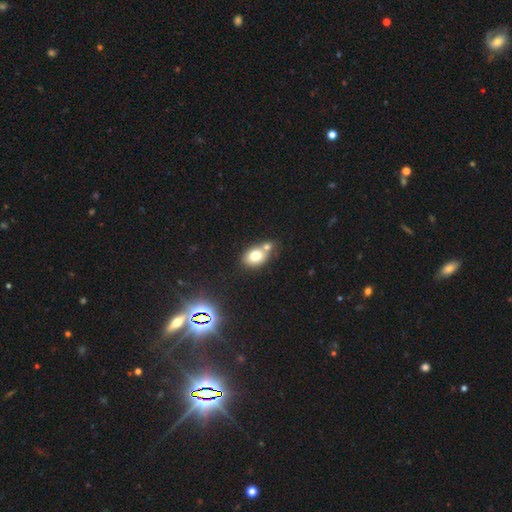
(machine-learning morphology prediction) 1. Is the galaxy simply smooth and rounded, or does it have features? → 74% smooth, 15% featured or disk, 12% star or artifact.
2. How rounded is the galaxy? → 70% in between, 29% round, 1% cigar-shaped.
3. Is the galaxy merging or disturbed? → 42% none, 41% merger, 13% minor disturbance, 4% major disturbance.